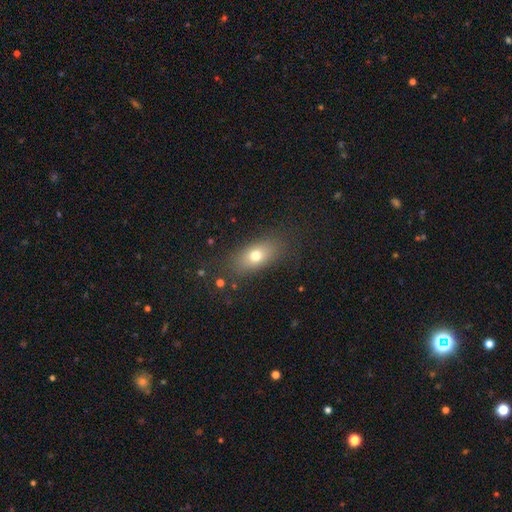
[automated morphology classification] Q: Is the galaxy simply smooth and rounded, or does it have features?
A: smooth — 72%.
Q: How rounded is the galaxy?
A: in between — 78%.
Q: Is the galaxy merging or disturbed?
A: none — 81%.